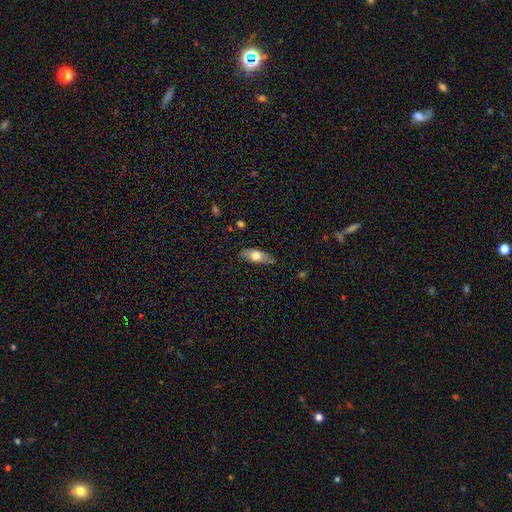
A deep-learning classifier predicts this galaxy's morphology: smooth-or-featured: smooth: 63% | featured or disk: 30% | star or artifact: 7%
  how-rounded: in between: 72% | cigar-shaped: 25% | round: 4%
  merging: none: 76% | minor disturbance: 19% | major disturbance: 4% | merger: 2%